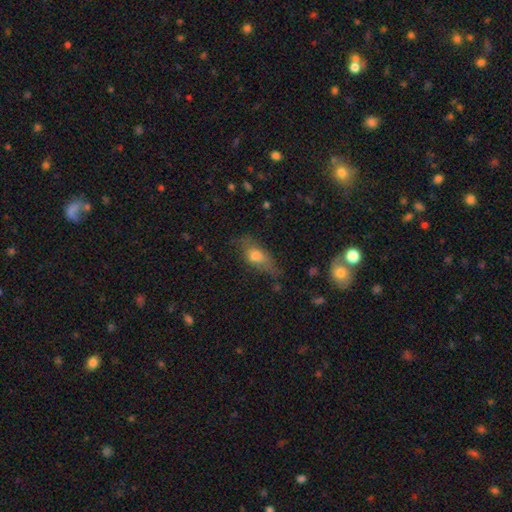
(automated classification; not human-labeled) smooth 63%, featured or disk 26%, star or artifact 11%. Down the decision tree: how rounded — in between (73%); merging — none (54%).